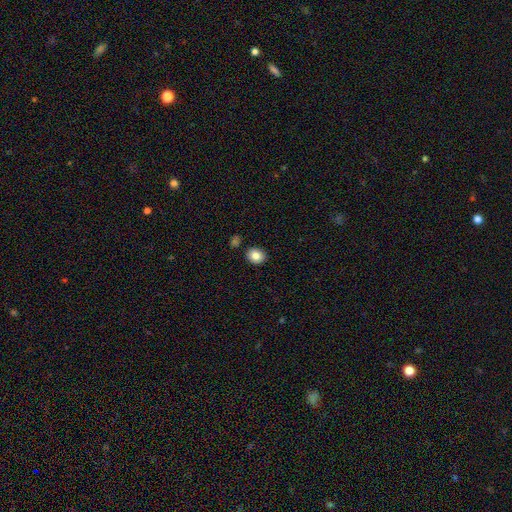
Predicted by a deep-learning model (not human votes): smooth_or_featured: smooth (p=0.82) [alt: featured or disk p=0.09]
how_rounded: round (p=0.62) [alt: in between p=0.37]
merging: none (p=0.88) [alt: minor disturbance p=0.07]